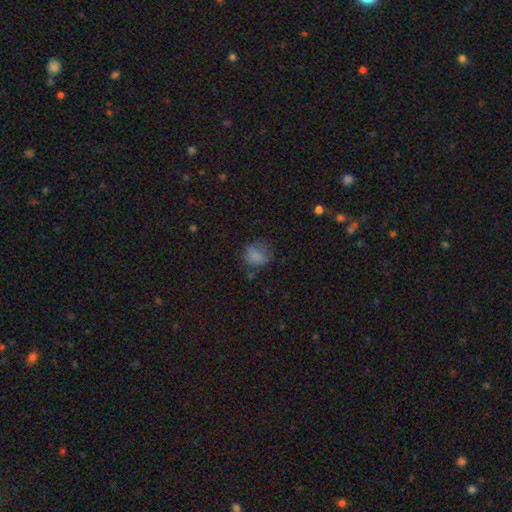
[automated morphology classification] Smooth or featured? Predicted: smooth (p=0.76). How rounded? Predicted: round (p=0.65). Merging? Predicted: none (p=0.54).